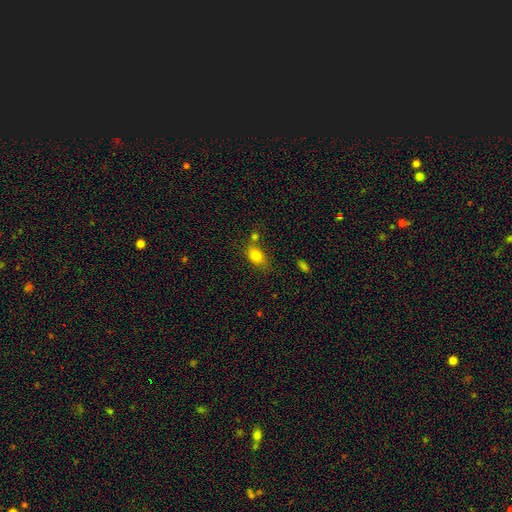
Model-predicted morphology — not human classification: smooth_or_featured: smooth (p=0.81) [alt: star or artifact p=0.10]
how_rounded: in between (p=0.77) [alt: round p=0.20]
merging: none (p=0.62) [alt: minor disturbance p=0.17]